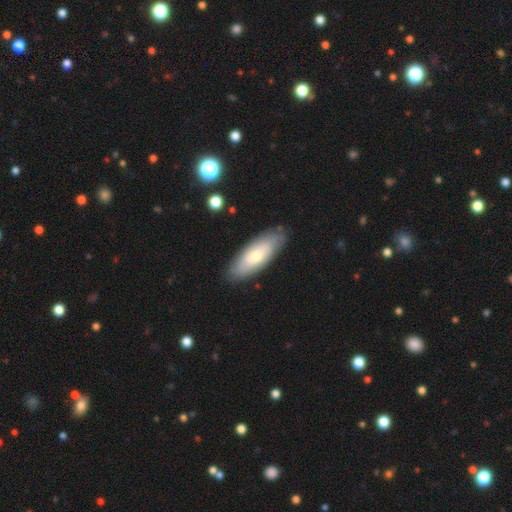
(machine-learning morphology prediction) smooth 57%, featured or disk 37%, star or artifact 6%. Down the decision tree: how rounded — in between (73%); merging — none (84%).